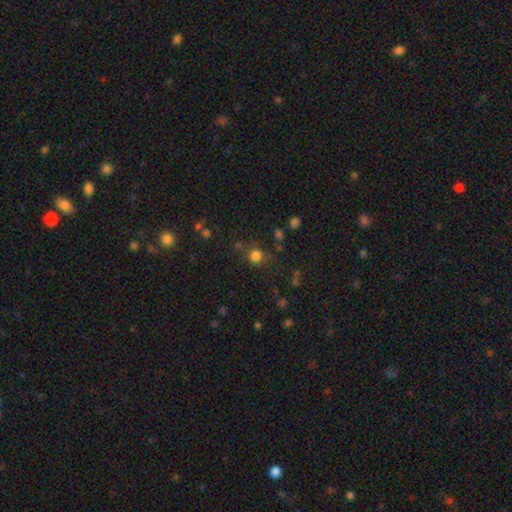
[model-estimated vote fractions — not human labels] Smooth or featured? Predicted: smooth (p=0.79). How rounded? Predicted: round (p=0.89). Merging? Predicted: none (p=0.77).